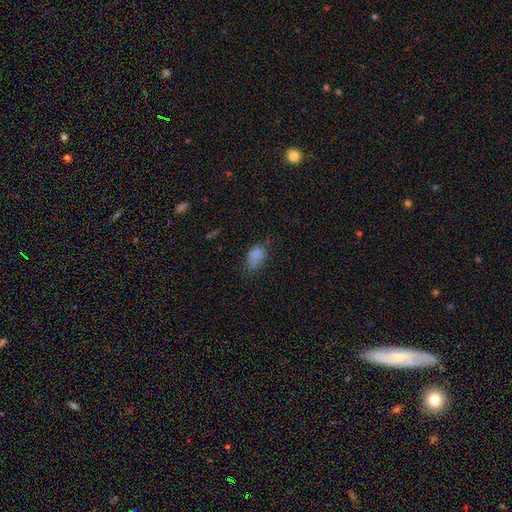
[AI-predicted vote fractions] smooth 80%, star or artifact 11%, featured or disk 8%. Down the decision tree: how rounded — in between (84%); merging — none (47%).